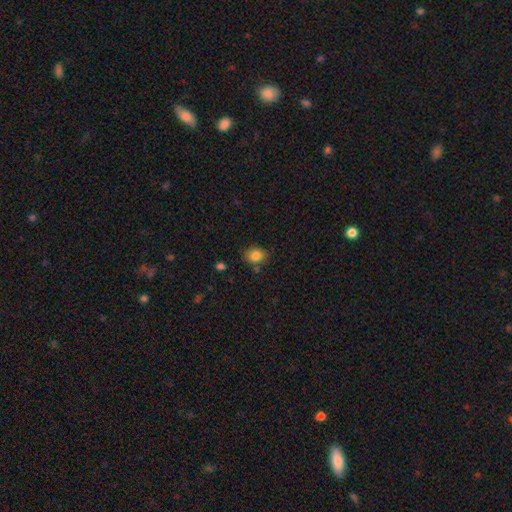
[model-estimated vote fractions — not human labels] smooth_or_featured: smooth (p=0.83) [alt: star or artifact p=0.10]
how_rounded: in between (p=0.60) [alt: round p=0.39]
merging: none (p=0.77) [alt: minor disturbance p=0.15]